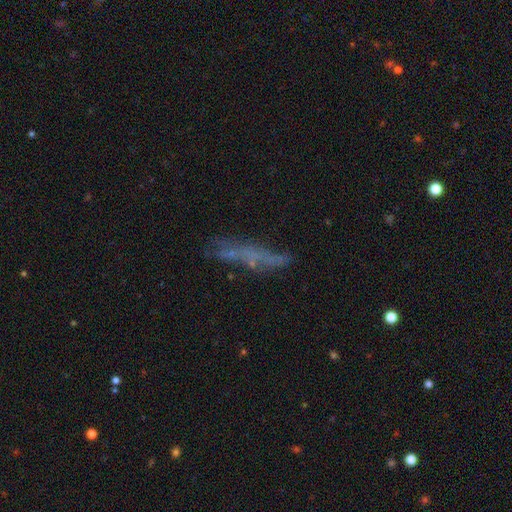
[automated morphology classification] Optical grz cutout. It shows a smooth galaxy with no disk features (40%, tied with featured or disk). Merging: none (68%).